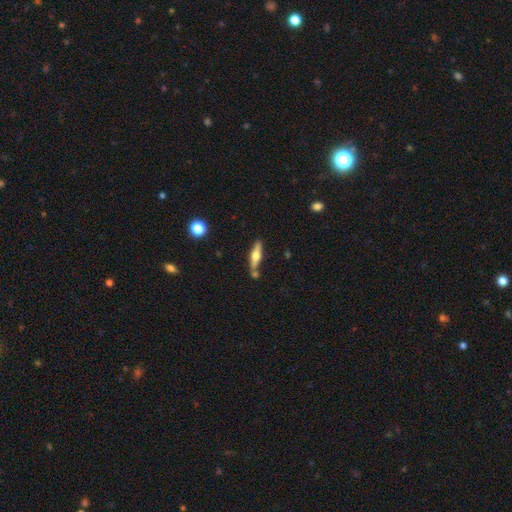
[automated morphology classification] Overall: featured or disk (54%; smooth 40%). Edge-on disk: yes (93%). Edge-on bulge: rounded (91%). Merging: none (74%).